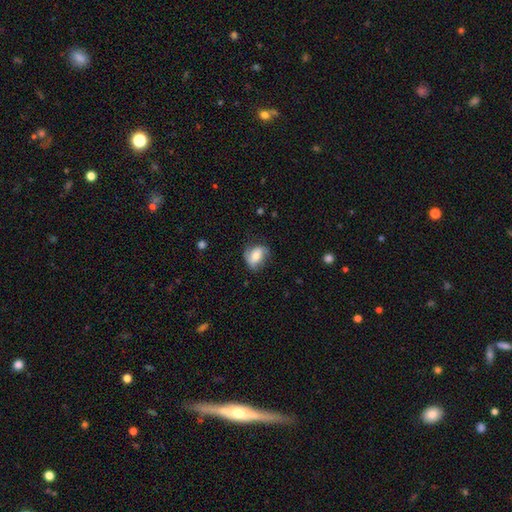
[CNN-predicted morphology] Smooth or featured? smooth (56%)
How rounded? in between (71%)
Merging? none (58%)